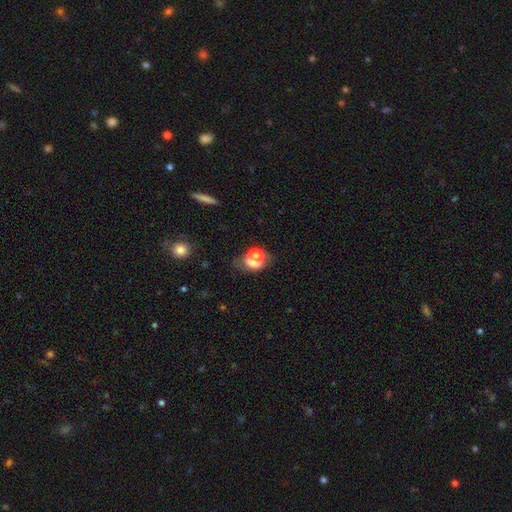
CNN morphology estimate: This appears to be a smooth galaxy with no disk features (62%) that is in between round and cigar-shaped (55%). Merging: merger (43%).